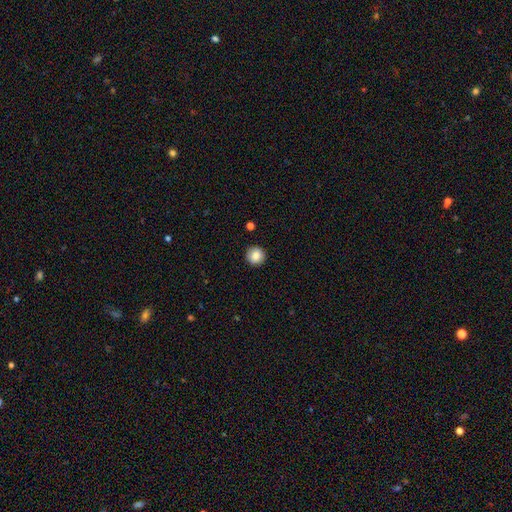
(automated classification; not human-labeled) This appears to be a smooth galaxy with no disk features (85%) that is round (95%). Merging: none (92%).